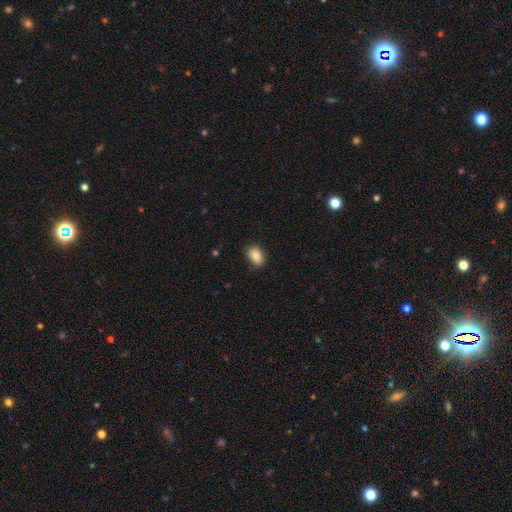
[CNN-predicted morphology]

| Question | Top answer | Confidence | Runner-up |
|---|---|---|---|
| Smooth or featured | smooth | 86% | star or artifact (8%) |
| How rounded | in between | 83% | round (15%) |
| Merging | none | 82% | minor disturbance (14%) |